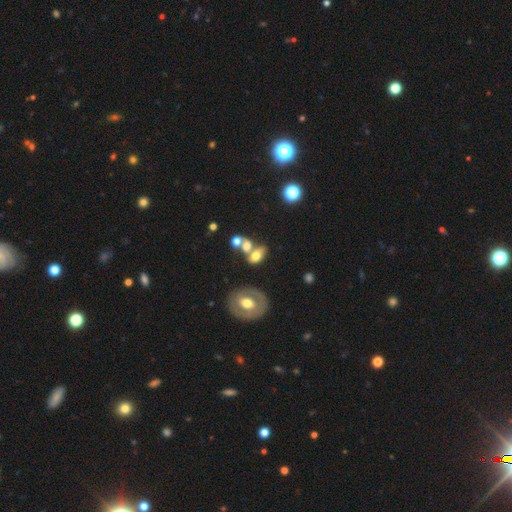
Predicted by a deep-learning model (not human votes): This appears to be a smooth galaxy with no disk features (61%) that is in between round and cigar-shaped (76%). Merging: none (40%).